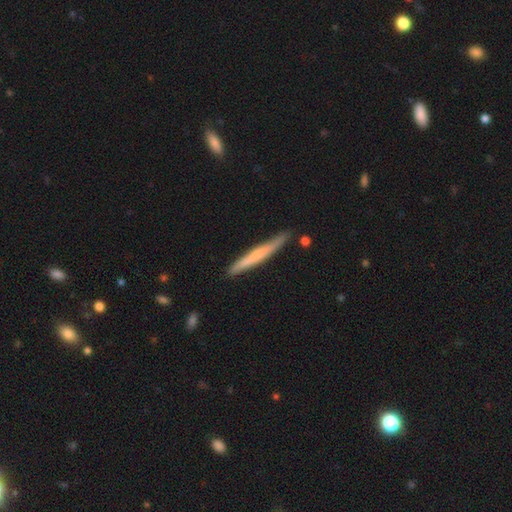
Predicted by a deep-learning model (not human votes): smooth_or_featured: smooth (p=0.53) [alt: featured or disk p=0.41]
how_rounded: cigar-shaped (p=0.96) [alt: in between p=0.03]
merging: none (p=0.82) [alt: minor disturbance p=0.14]